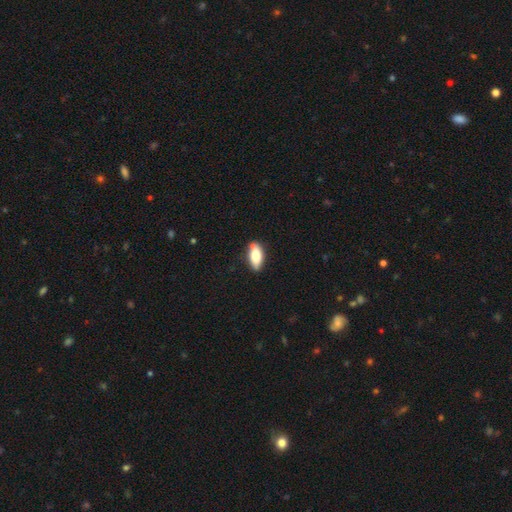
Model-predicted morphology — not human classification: smooth-or-featured: smooth: 77% | featured or disk: 16% | star or artifact: 6%
  how-rounded: in between: 86% | cigar-shaped: 11% | round: 3%
  merging: none: 76% | minor disturbance: 18% | merger: 3% | major disturbance: 3%